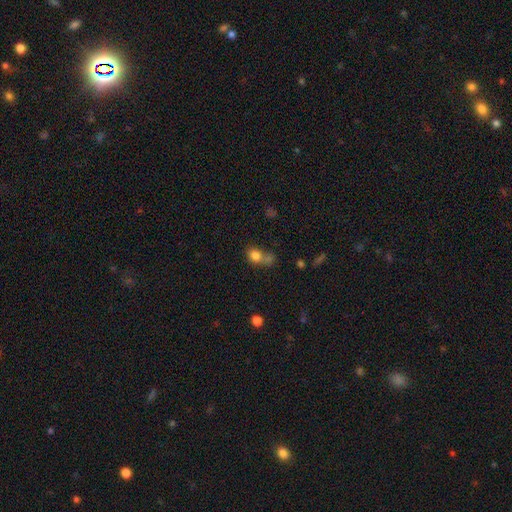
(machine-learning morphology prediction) Q: Smooth or featured?
A: smooth (80%); runner-up: star or artifact (11%)
Q: How rounded?
A: round (60%); runner-up: in between (39%)
Q: Merging?
A: merger (41%); runner-up: none (37%)